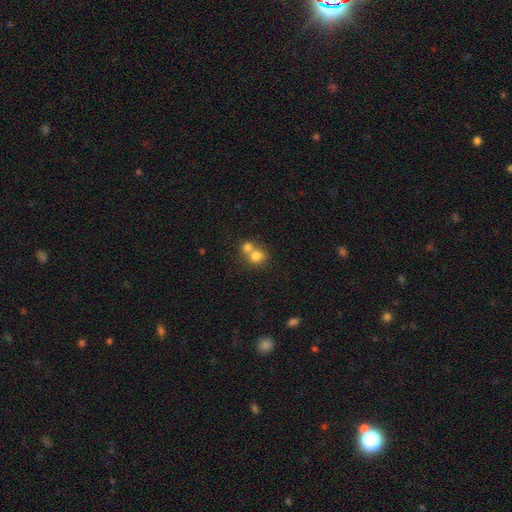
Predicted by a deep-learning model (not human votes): A smooth galaxy with no disk features (77%) that is round (77%). Merging: merger (59%).